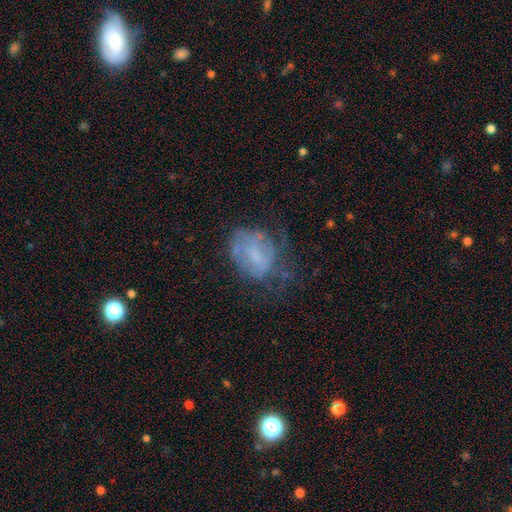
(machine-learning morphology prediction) This appears to be a featured or disk galaxy (53%) with no bar (56%), no spiral arms (54%) and no central bulge (38%). Merging: none (43%).